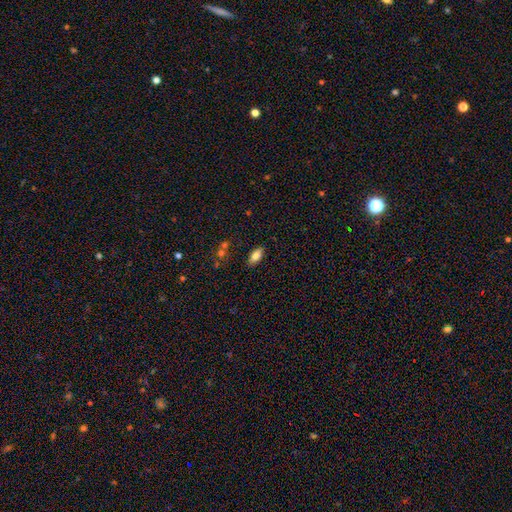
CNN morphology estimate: The model was most divided on "smooth or featured": smooth: 79%, featured or disk: 13%, star or artifact: 8%. More confident: how rounded — in between (88%); merging — none (84%).